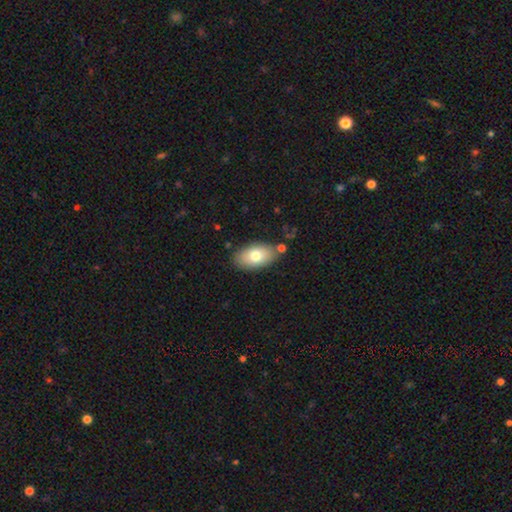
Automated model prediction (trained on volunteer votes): Smooth or featured: smooth — 74% (featured or disk — 19%)
How rounded: in between — 92% (round — 5%)
Merging: none — 79% (minor disturbance — 12%)